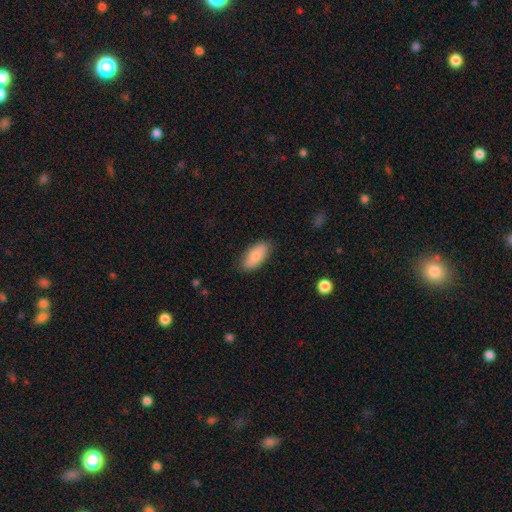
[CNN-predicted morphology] Smooth or featured? smooth (81%)
How rounded? in between (88%)
Merging? none (85%)